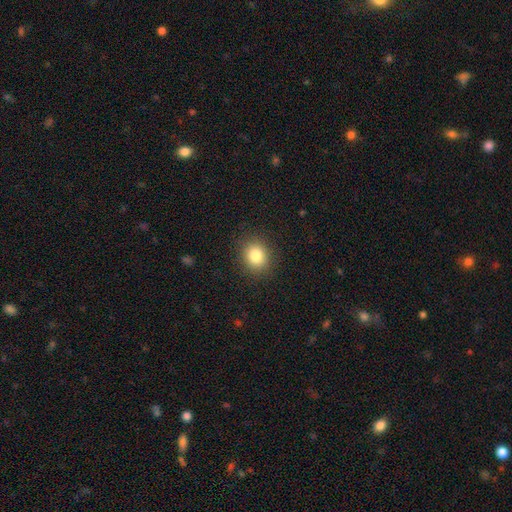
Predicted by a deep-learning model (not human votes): Smooth or featured: smooth — 83% (star or artifact — 11%)
How rounded: round — 69% (in between — 30%)
Merging: none — 89% (minor disturbance — 8%)